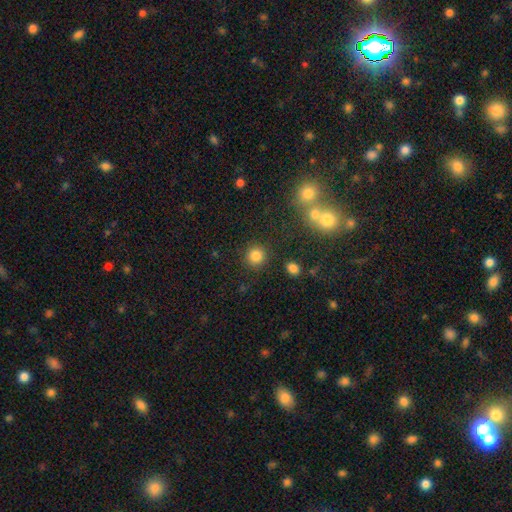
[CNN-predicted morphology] Q: Smooth or featured?
A: smooth (83%); runner-up: star or artifact (12%)
Q: How rounded?
A: round (92%); runner-up: in between (7%)
Q: Merging?
A: none (88%); runner-up: minor disturbance (6%)